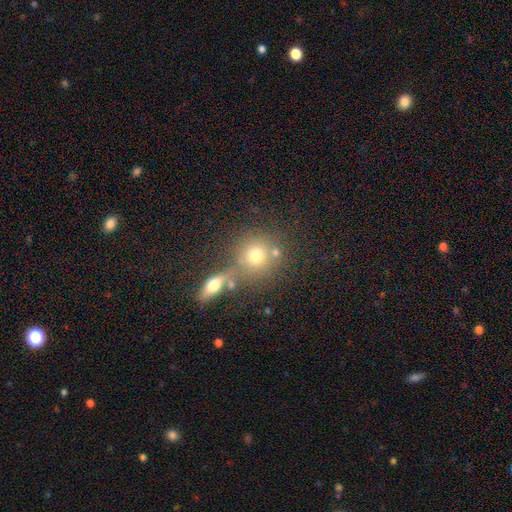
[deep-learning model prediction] Smooth or featured? Predicted: smooth (p=0.70). How rounded? Predicted: round (p=0.85). Merging? Predicted: none (p=0.57).